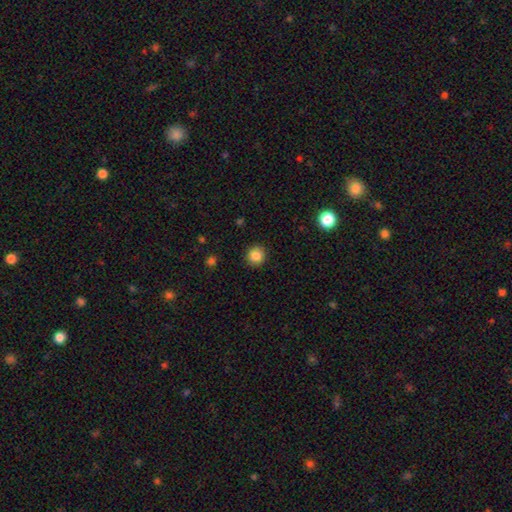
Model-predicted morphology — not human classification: smooth 85%, star or artifact 11%, featured or disk 4%. Down the decision tree: how rounded — round (93%); merging — none (91%).